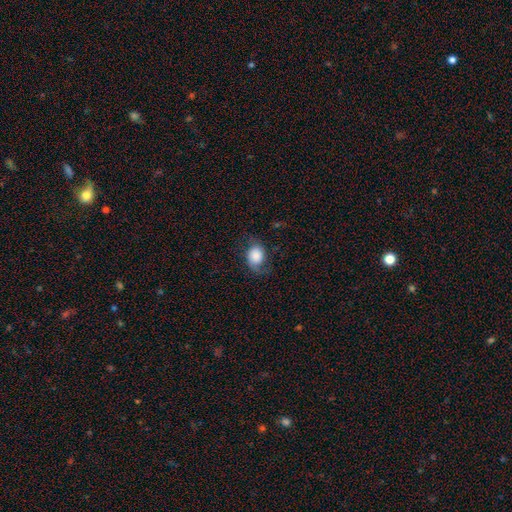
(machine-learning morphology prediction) The model was most divided on "how rounded": in between: 56%, round: 43%, cigar-shaped: 1%. More confident: merging — none (59%); smooth or featured — smooth (55%).